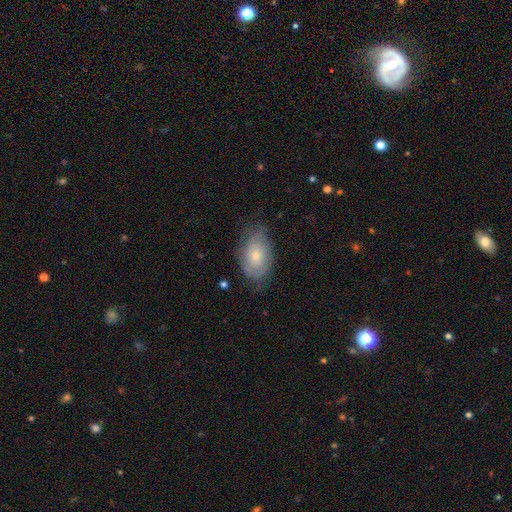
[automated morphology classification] smooth_or_featured: featured or disk (p=0.49) [alt: smooth p=0.44]
merging: none (p=0.64) [alt: minor disturbance p=0.27]